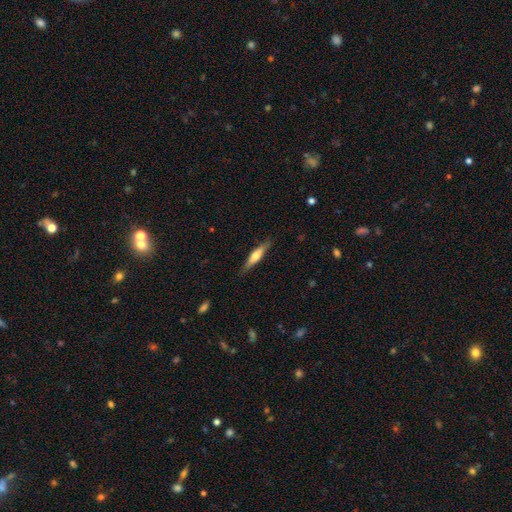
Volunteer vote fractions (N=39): This appears to be a featured or disk galaxy (62%) viewed edge-on (92%) with a rounded central bulge (91%). Merging: none (81%).